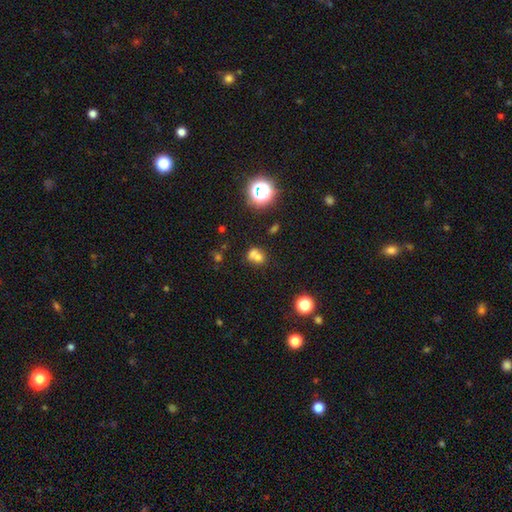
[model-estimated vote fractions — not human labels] Smooth or featured? smooth (64%)
How rounded? round (64%)
Merging? merger (56%)